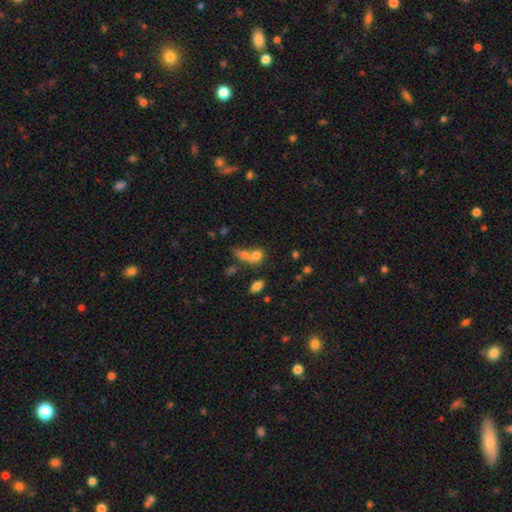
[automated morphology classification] The model was most divided on "how rounded": round: 54%, in between: 43%, cigar-shaped: 3%. More confident: smooth or featured — smooth (72%); merging — merger (60%).